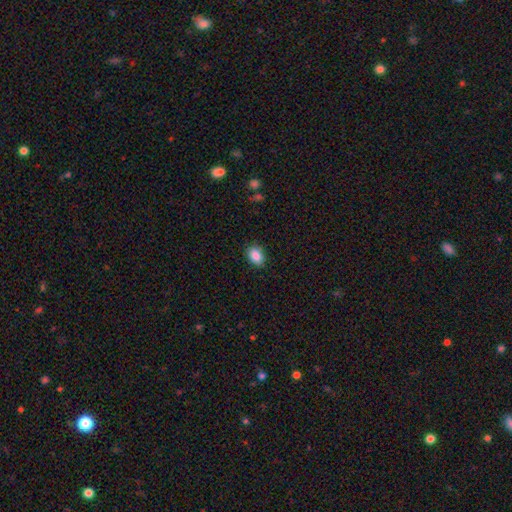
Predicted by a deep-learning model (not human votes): Smooth or featured? smooth (89%)
How rounded? in between (82%)
Merging? none (84%)